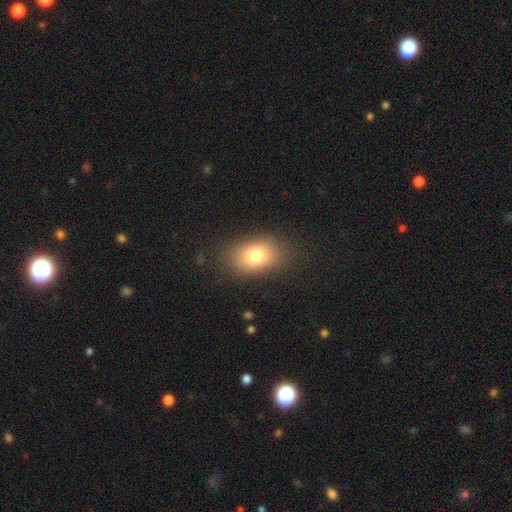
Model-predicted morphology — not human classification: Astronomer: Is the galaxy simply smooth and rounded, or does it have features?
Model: smooth — 78%.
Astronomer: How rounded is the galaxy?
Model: in between — 80%.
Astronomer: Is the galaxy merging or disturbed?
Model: none — 83%.